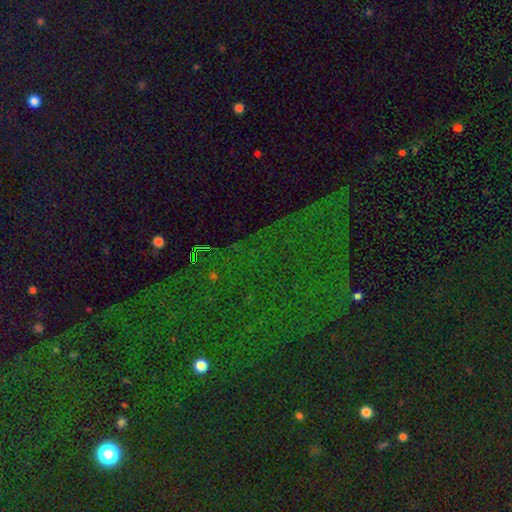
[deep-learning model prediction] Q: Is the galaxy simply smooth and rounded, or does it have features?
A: star or artifact — 82%.